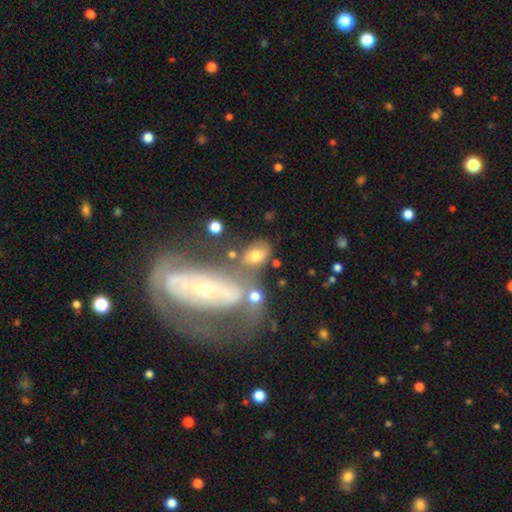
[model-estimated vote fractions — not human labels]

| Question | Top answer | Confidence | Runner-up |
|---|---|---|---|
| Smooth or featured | smooth | 67% | featured or disk (20%) |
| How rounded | in between | 79% | round (18%) |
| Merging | none | 51% | merger (23%) |